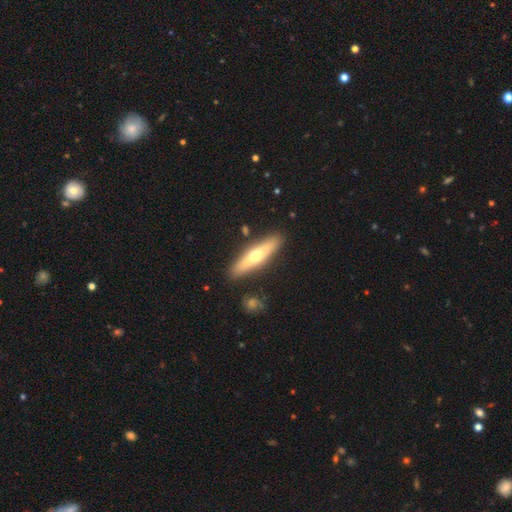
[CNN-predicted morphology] smooth-or-featured: featured or disk: 48% | smooth: 46% | star or artifact: 6%
  merging: none: 87% | minor disturbance: 8% | merger: 3% | major disturbance: 2%